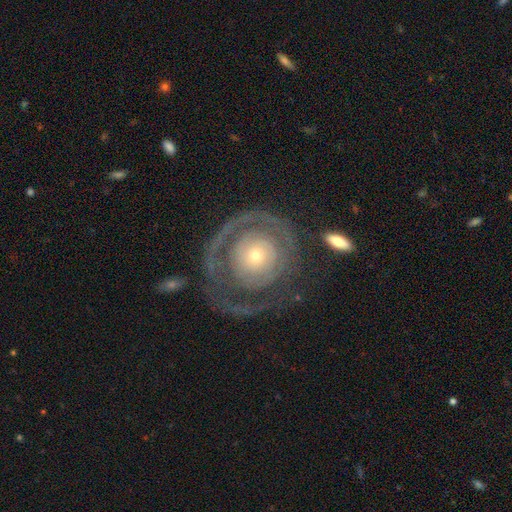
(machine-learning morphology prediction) smooth-or-featured: featured or disk: 73% | smooth: 21% | star or artifact: 5%
  disk-edge-on: no: 96% | yes: 4%
    bar: no: 86% | weak: 11% | strong: 4%
    has-spiral-arms: yes: 65% | no: 35%
    bulge-size: small: 69% | moderate: 24% | large: 4% | dominant: 2% | none: 1%
  merging: none: 52% | major disturbance: 28% | minor disturbance: 16% | merger: 3%